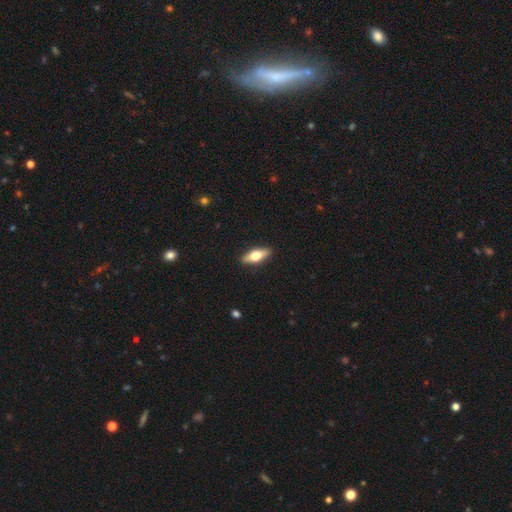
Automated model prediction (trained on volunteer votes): Q: Smooth or featured?
A: smooth (55%); runner-up: featured or disk (39%)
Q: How rounded?
A: in between (61%); runner-up: cigar-shaped (35%)
Q: Merging?
A: none (90%); runner-up: minor disturbance (7%)